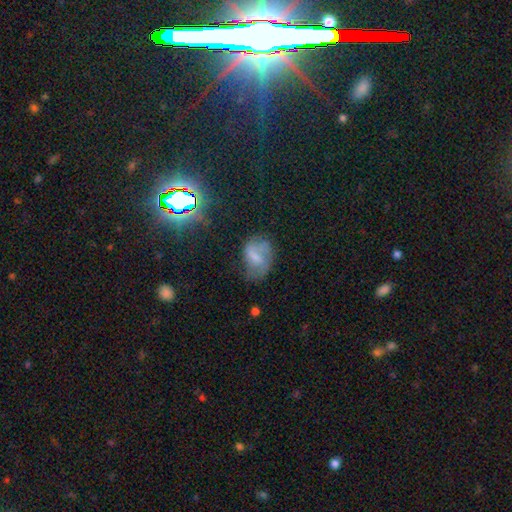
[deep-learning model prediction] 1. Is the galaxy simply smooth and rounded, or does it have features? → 48% smooth, 38% featured or disk, 14% star or artifact.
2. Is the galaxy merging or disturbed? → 42% none, 32% minor disturbance, 23% major disturbance, 3% merger.